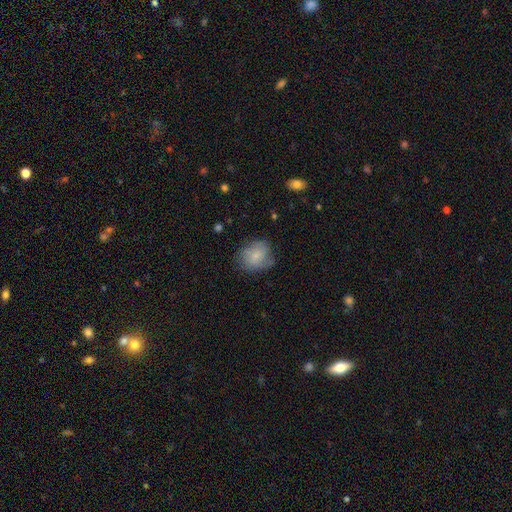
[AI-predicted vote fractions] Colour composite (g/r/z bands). It shows a smooth galaxy with no disk features (73%) that is round (57%). Merging: none (64%).